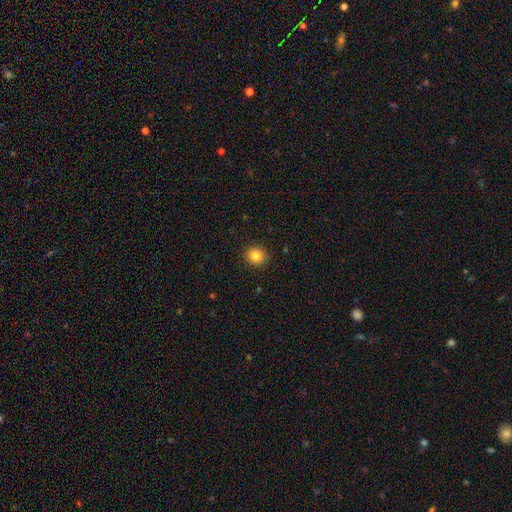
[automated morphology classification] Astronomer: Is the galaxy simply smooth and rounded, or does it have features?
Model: smooth — 83%.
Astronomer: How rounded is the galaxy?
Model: round — 88%.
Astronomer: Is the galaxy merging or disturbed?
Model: none — 91%.